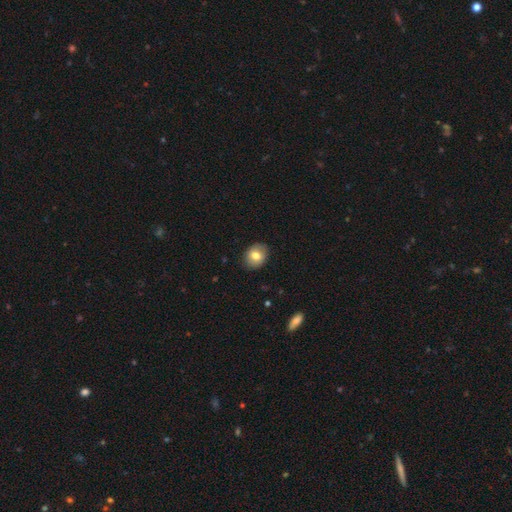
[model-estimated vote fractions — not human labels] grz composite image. It shows a smooth galaxy with no disk features (77%) that is round (51%). Merging: none (88%).